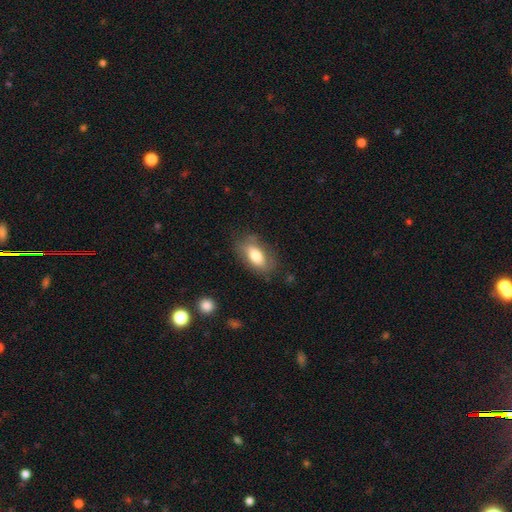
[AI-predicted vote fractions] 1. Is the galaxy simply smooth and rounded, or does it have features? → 74% smooth, 19% featured or disk, 7% star or artifact.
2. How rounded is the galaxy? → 88% in between, 7% cigar-shaped, 5% round.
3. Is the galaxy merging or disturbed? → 74% none, 18% minor disturbance, 6% major disturbance, 2% merger.